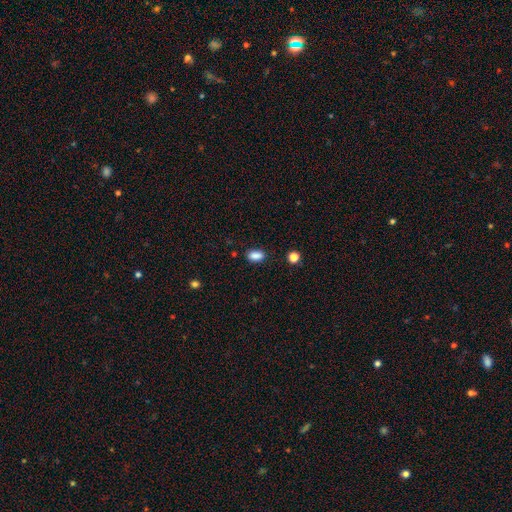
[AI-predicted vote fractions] Smooth or featured: smooth — 86% (star or artifact — 10%)
How rounded: in between — 86% (cigar-shaped — 7%)
Merging: none — 82% (minor disturbance — 13%)